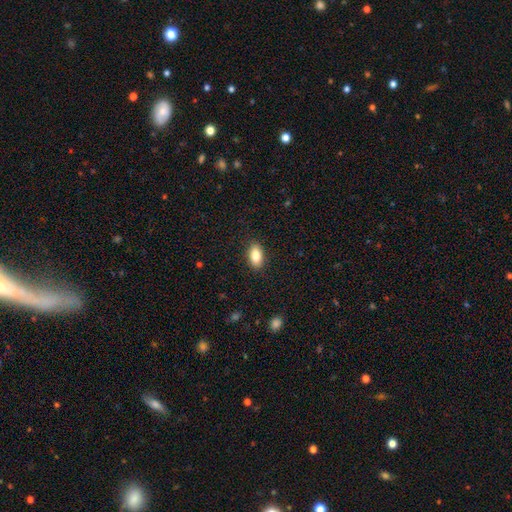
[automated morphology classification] Q: Smooth or featured?
A: smooth (84%); runner-up: featured or disk (9%)
Q: How rounded?
A: in between (91%); runner-up: round (5%)
Q: Merging?
A: none (89%); runner-up: minor disturbance (8%)